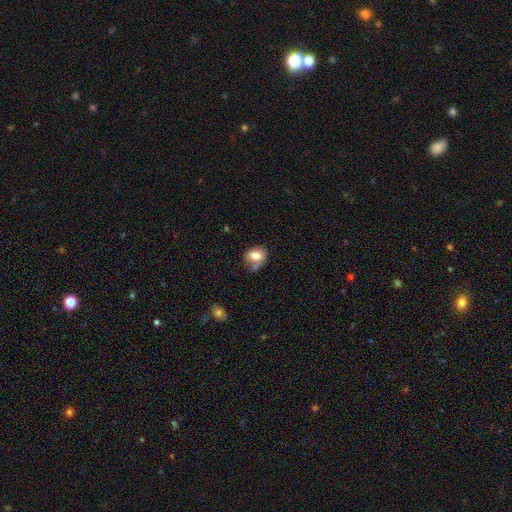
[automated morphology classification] smooth 74%, featured or disk 18%, star or artifact 9%. Down the decision tree: how rounded — in between (54%); merging — none (44%).